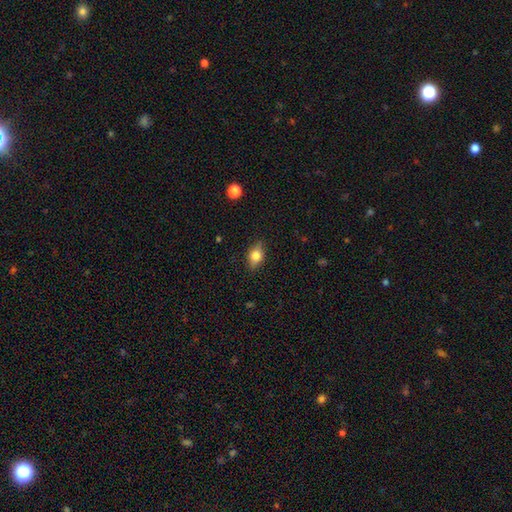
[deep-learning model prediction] Morphology: type=smooth (74%); roundness=in between (76%); merging=none (84%).